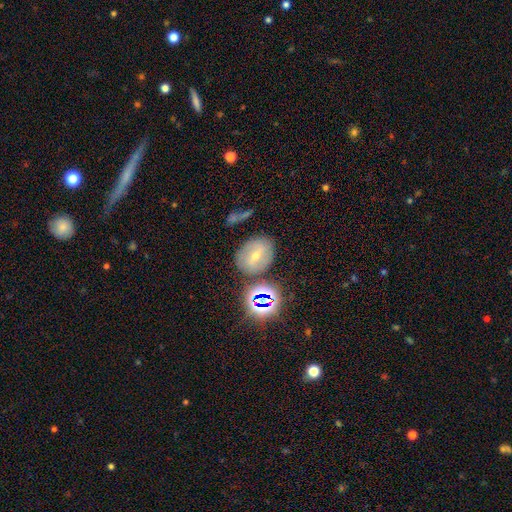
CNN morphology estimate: Smooth or featured? smooth (41%, tied with featured or disk)
Merging? none (75%)